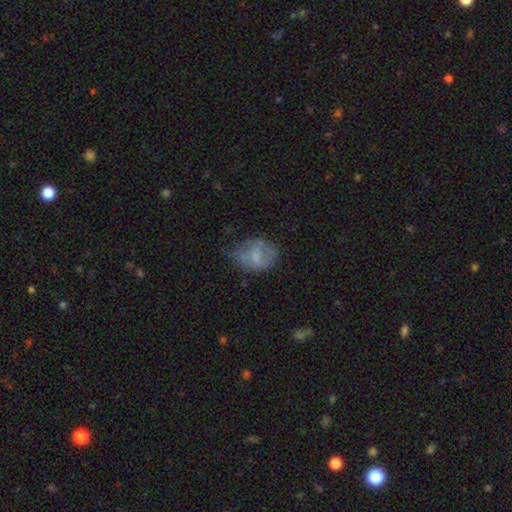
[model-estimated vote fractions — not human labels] This appears to be a smooth galaxy with no disk features (59%) that is in between round and cigar-shaped (68%). Merging: none (47%).